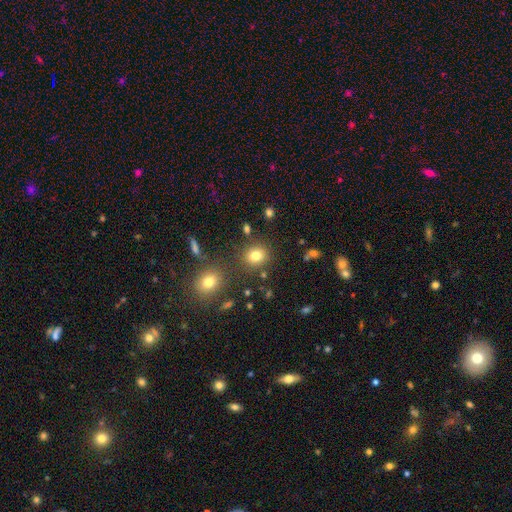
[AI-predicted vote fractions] Smooth or featured? Predicted: smooth (p=0.78). How rounded? Predicted: round (p=0.76). Merging? Predicted: none (p=0.82).